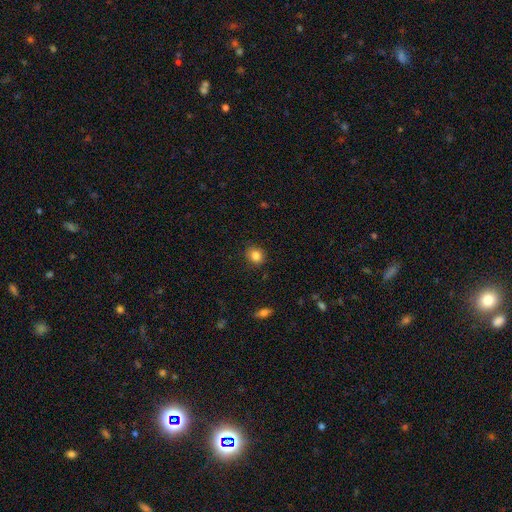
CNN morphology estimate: Q: Smooth or featured?
A: smooth (84%); runner-up: star or artifact (10%)
Q: How rounded?
A: round (72%); runner-up: in between (27%)
Q: Merging?
A: none (87%); runner-up: minor disturbance (9%)